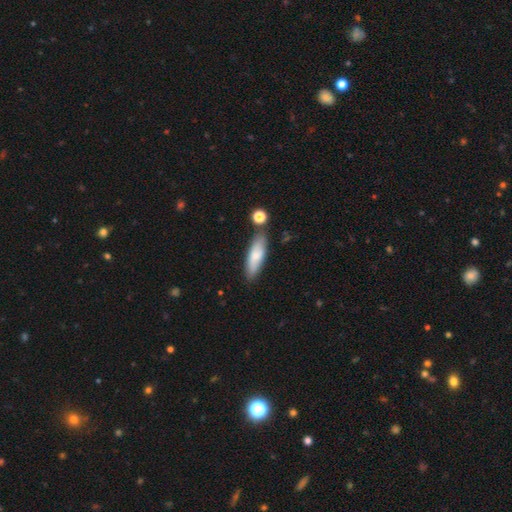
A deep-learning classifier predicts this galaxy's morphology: Smooth or featured: smooth — 74% (featured or disk — 20%)
How rounded: cigar-shaped — 54% (in between — 44%)
Merging: none — 74% (minor disturbance — 15%)